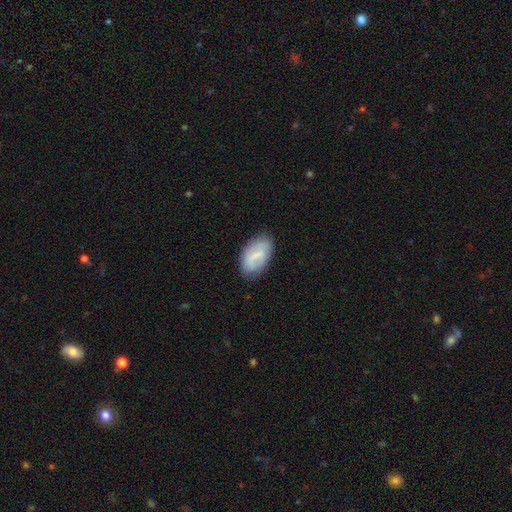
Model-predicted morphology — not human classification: Smooth or featured? Predicted: smooth (p=0.61). How rounded? Predicted: in between (p=0.93). Merging? Predicted: none (p=0.76).